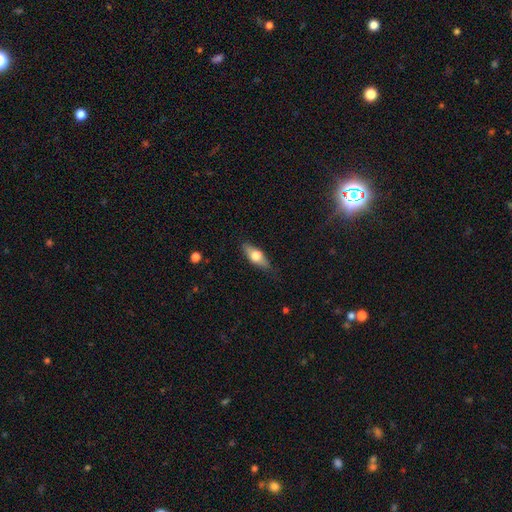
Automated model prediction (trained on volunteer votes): smooth 56%, featured or disk 38%, star or artifact 6%. Down the decision tree: how rounded — in between (65%); merging — none (81%).